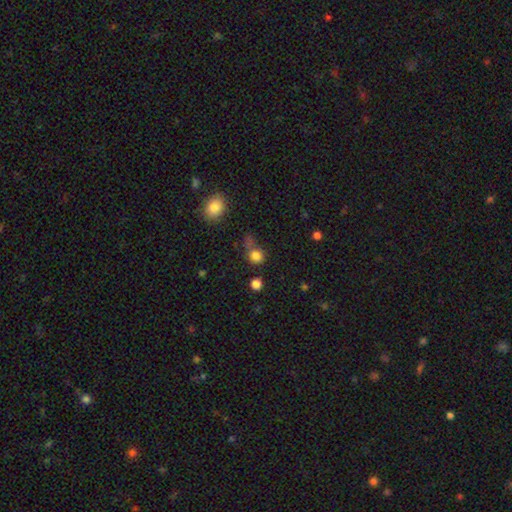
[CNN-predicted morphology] This appears to be a smooth galaxy with no disk features (80%) that is round (83%). Merging: none (63%).